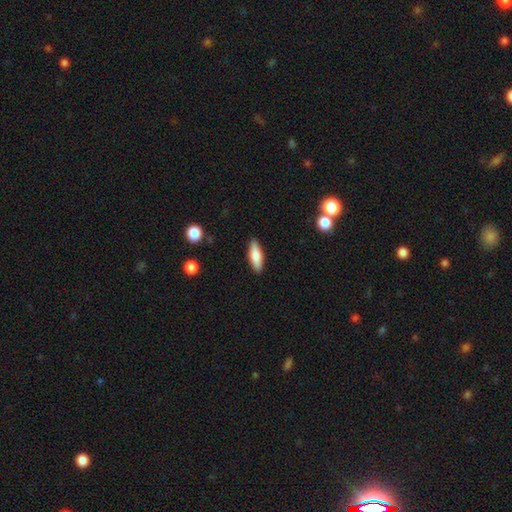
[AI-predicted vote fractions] The model was most divided on "how rounded": in between: 53%, cigar-shaped: 45%, round: 2%. More confident: merging — none (88%); smooth or featured — smooth (76%).